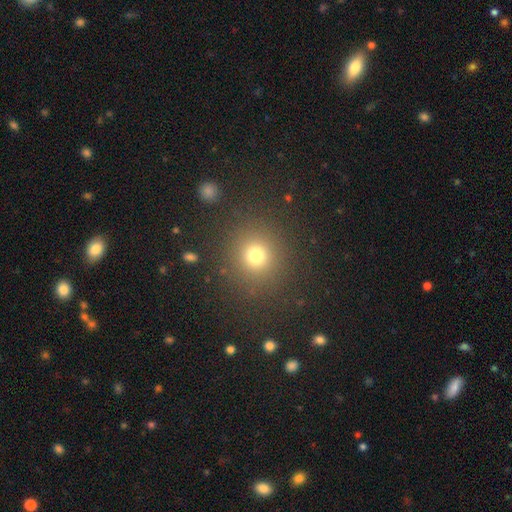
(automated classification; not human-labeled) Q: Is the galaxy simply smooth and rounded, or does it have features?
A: smooth — 74%.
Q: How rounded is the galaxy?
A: round — 91%.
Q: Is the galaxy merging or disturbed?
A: none — 87%.